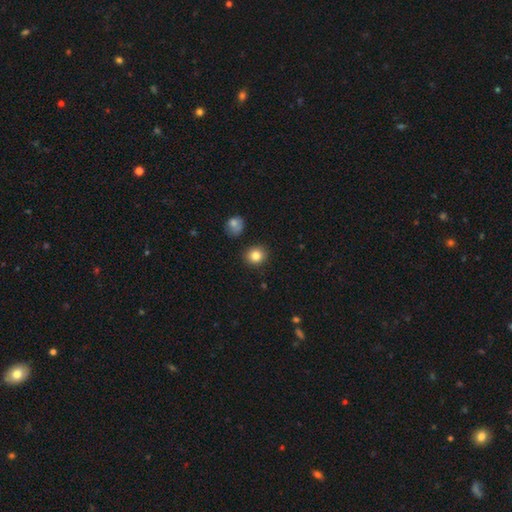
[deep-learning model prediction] The model was most divided on "how rounded": round: 83%, in between: 16%, cigar-shaped: 1%. More confident: merging — none (88%); smooth or featured — smooth (83%).